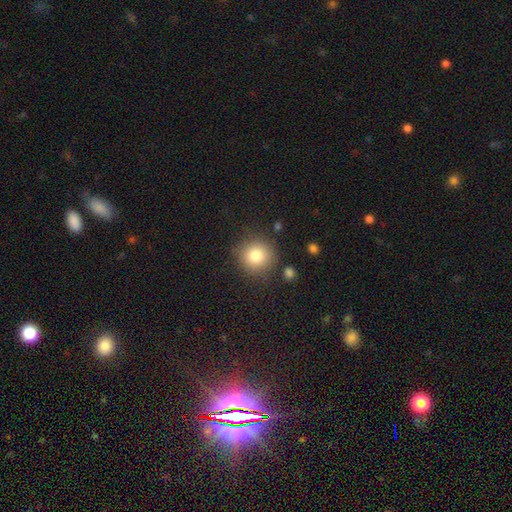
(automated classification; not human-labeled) Smooth or featured: smooth — 81% (star or artifact — 11%)
How rounded: round — 92% (in between — 7%)
Merging: none — 84% (minor disturbance — 10%)